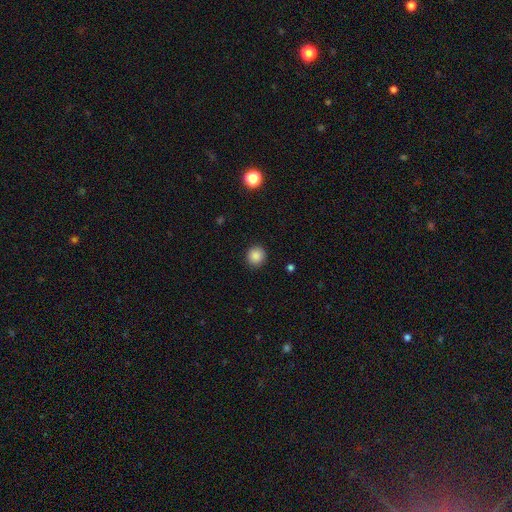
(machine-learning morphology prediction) Smooth or featured: smooth — 87% (star or artifact — 10%)
How rounded: round — 92% (in between — 7%)
Merging: none — 91% (minor disturbance — 6%)